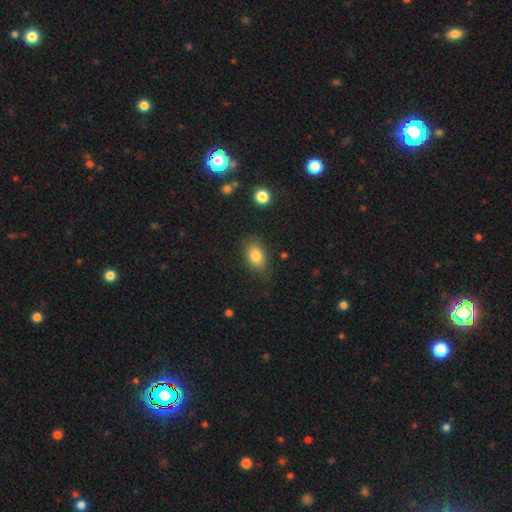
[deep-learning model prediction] Smooth or featured? Predicted: smooth (p=0.81). How rounded? Predicted: in between (p=0.85). Merging? Predicted: none (p=0.78).